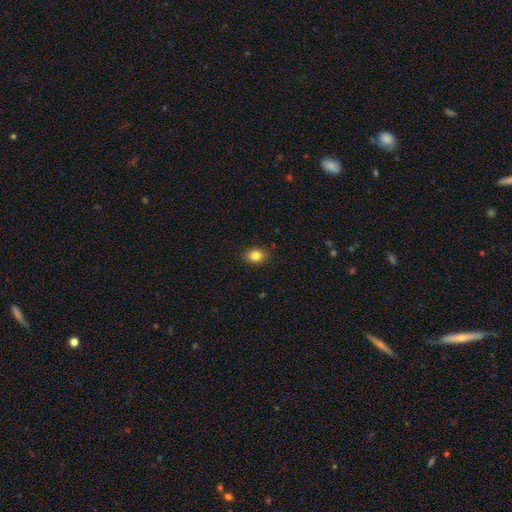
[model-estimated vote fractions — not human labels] This appears to be a smooth galaxy with no disk features (84%) that is in between round and cigar-shaped (51%). Merging: none (88%).